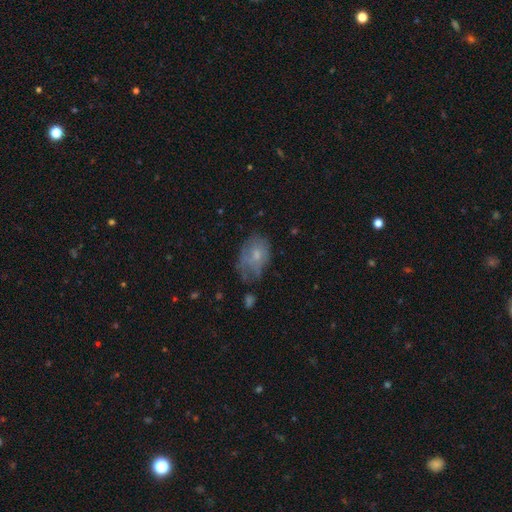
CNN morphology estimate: A smooth galaxy with no disk features (57%) that is in between round and cigar-shaped (81%).

Vote fractions:
- Smooth or featured? smooth: 57% / featured or disk: 33% / star or artifact: 10%
- How rounded? in between: 81% / round: 18% / cigar-shaped: 1%
- Merging? none: 44% / minor disturbance: 32% / major disturbance: 21% / merger: 3%